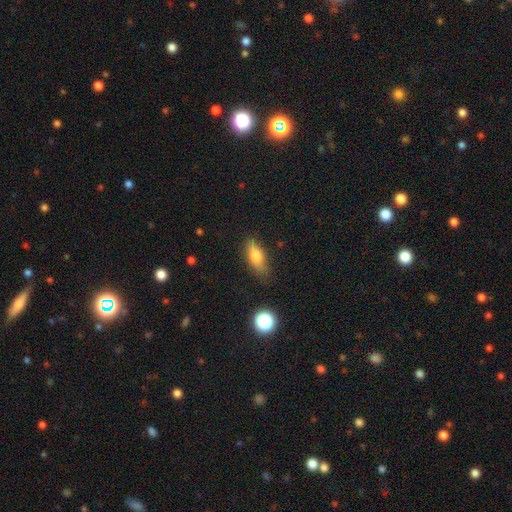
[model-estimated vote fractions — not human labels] smooth 70%, featured or disk 21%, star or artifact 9%. Down the decision tree: how rounded — in between (70%); merging — none (78%).